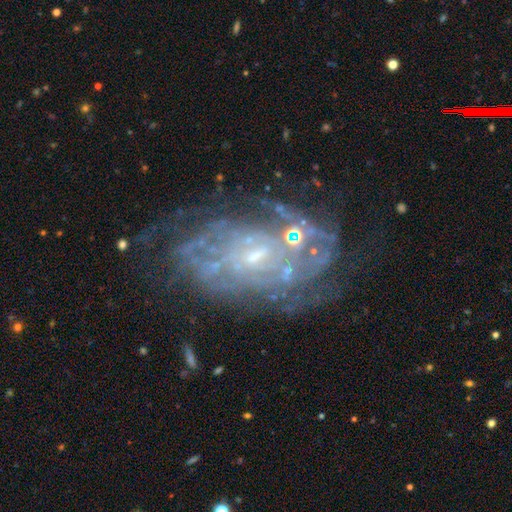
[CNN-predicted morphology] Smooth or featured: featured or disk — 81% (star or artifact — 10%)
Edge-on disk: no — 96% (yes — 4%)
Bar: no — 64% (weak — 28%)
Spiral arms: yes — 83% (no — 17%)
Spiral winding: tight — 65% (medium — 26%)
Spiral arm count: can't tell — 53% (2 — 12%)
Bulge size: small — 76% (moderate — 15%)
Merging: none — 52% (minor disturbance — 19%)